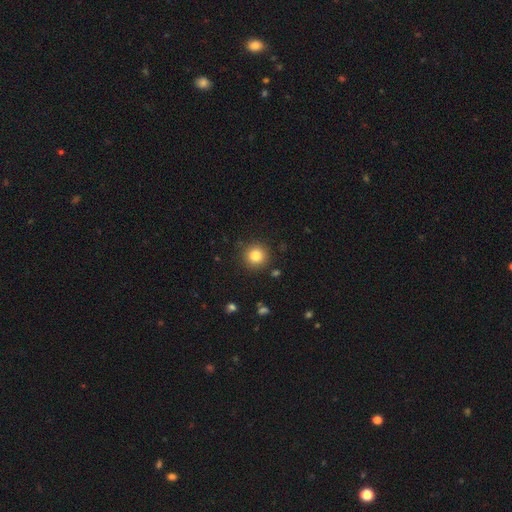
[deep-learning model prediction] Overall: smooth (83%). How rounded: round (95%). Merging: none (90%).